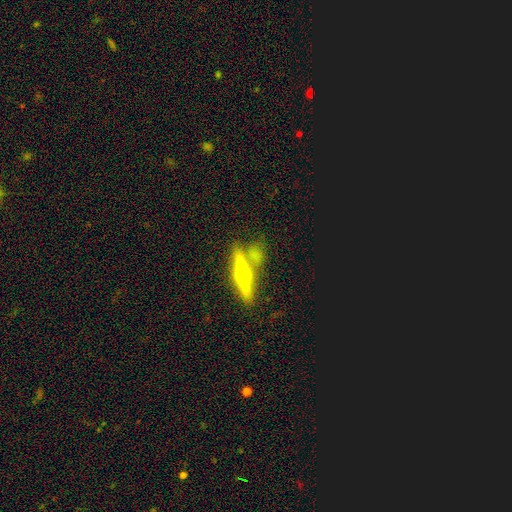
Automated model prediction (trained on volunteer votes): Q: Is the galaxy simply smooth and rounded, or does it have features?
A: featured or disk — 64%.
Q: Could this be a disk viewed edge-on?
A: yes — 94%.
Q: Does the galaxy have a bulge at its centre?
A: rounded — 91%.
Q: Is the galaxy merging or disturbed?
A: none — 72%.